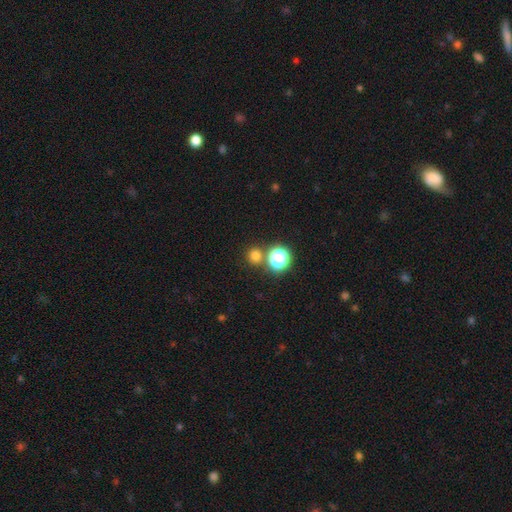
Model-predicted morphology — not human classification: type=smooth (72%); roundness=round (90%); merging=none (77%).